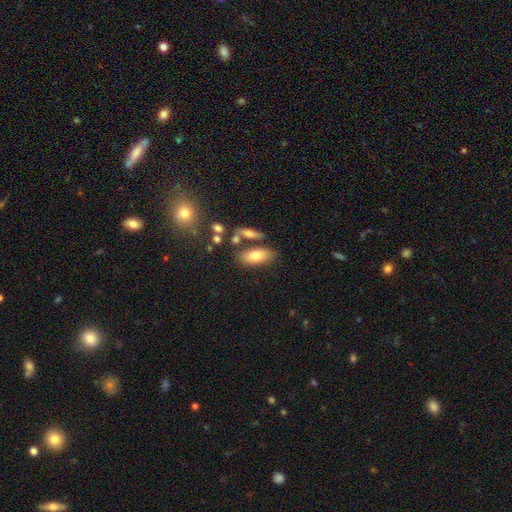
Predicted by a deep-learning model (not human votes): Smooth or featured?
  - smooth: 75% *
  - featured or disk: 17%
  - star or artifact: 8%
How rounded?
  - in between: 83% *
  - cigar-shaped: 13%
  - round: 4%
Merging?
  - none: 66% *
  - merger: 16%
  - minor disturbance: 13%
  - major disturbance: 4%